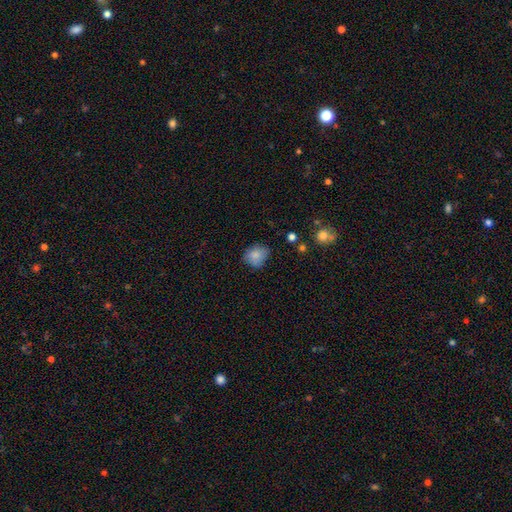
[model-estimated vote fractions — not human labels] Smooth or featured? Predicted: smooth (p=0.82). How rounded? Predicted: round (p=0.62). Merging? Predicted: none (p=0.64).